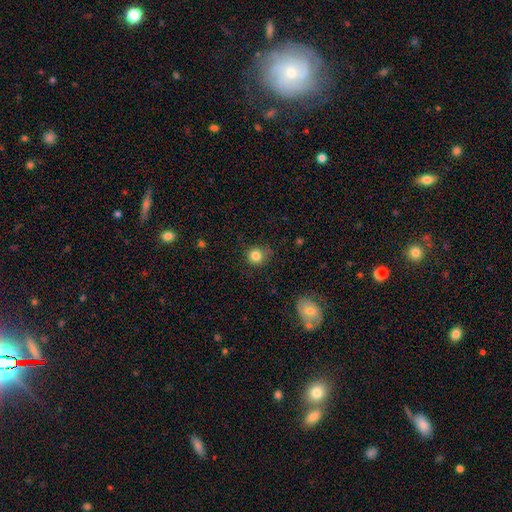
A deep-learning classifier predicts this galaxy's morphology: The model was most divided on "merging": none: 75%, minor disturbance: 18%, major disturbance: 5%, merger: 2%. More confident: how rounded — round (89%); smooth or featured — smooth (83%).